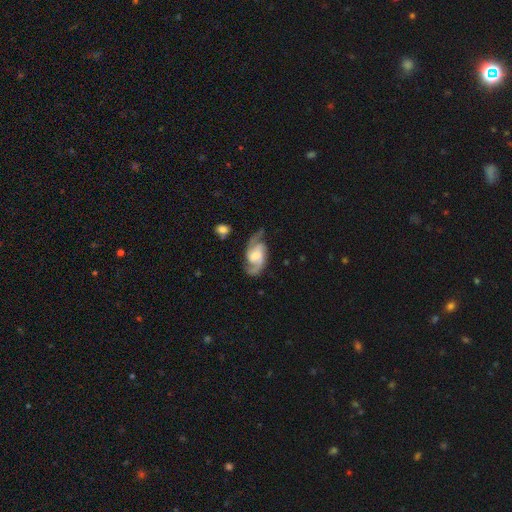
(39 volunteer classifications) Morphology: type=featured or disk (90%); edge-on=no (100%); bar=weak (66%); spiral arms=yes (97%); winding=medium (76%); arm count=2 (100%); bulge=moderate (43%); merging=none (74%).